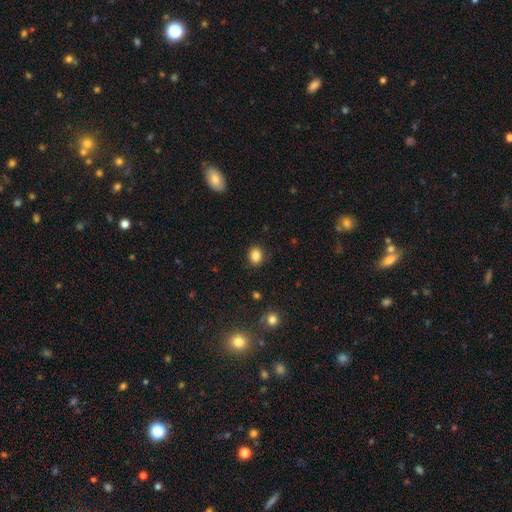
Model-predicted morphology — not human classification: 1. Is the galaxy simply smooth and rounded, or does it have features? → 85% smooth, 11% star or artifact, 5% featured or disk.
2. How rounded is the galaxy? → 59% round, 40% in between, 1% cigar-shaped.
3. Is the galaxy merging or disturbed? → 89% none, 8% minor disturbance, 2% major disturbance, 1% merger.